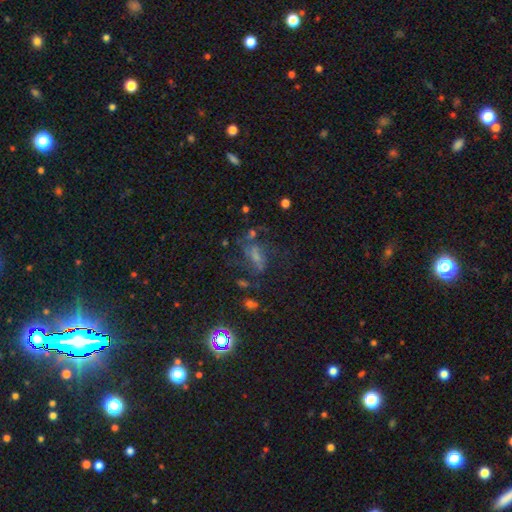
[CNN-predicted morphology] Smooth or featured? featured or disk (40%)
Merging? none (41%)